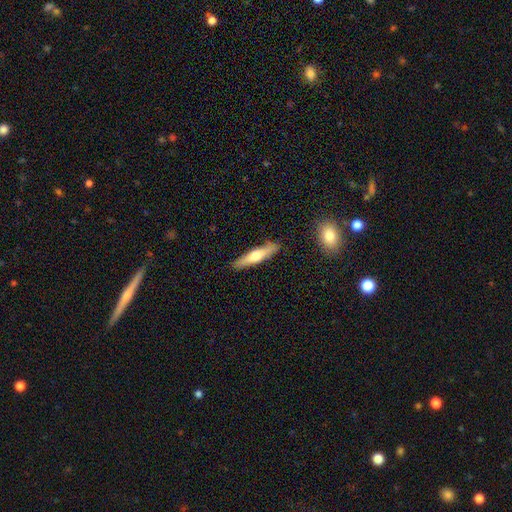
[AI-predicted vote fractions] smooth_or_featured: smooth (p=0.53) [alt: featured or disk p=0.42]
how_rounded: cigar-shaped (p=0.85) [alt: in between p=0.14]
merging: none (p=0.88) [alt: minor disturbance p=0.08]